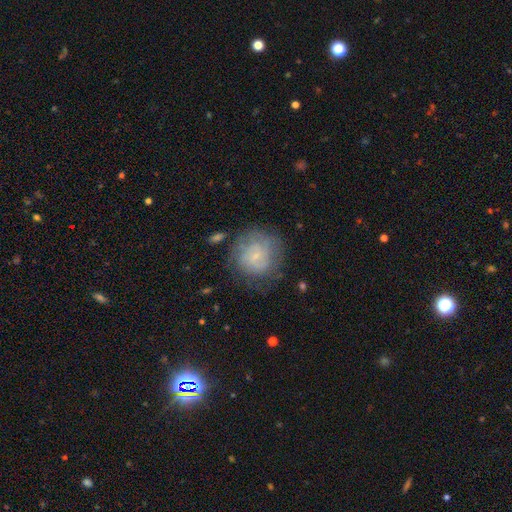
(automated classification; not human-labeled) Smooth or featured? Predicted: featured or disk (p=0.48). Merging? Predicted: none (p=0.65).